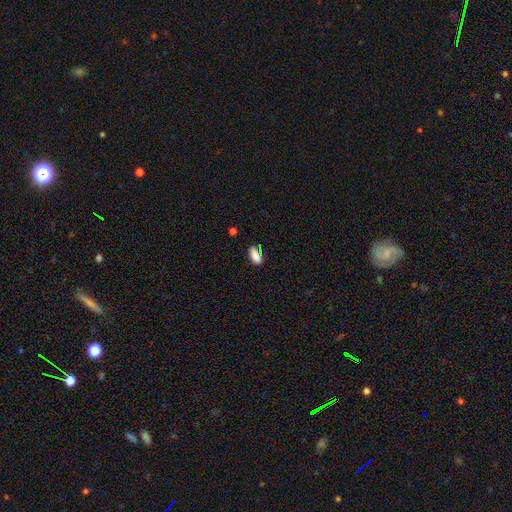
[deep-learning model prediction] Smooth or featured? smooth (82%)
How rounded? in between (84%)
Merging? none (76%)